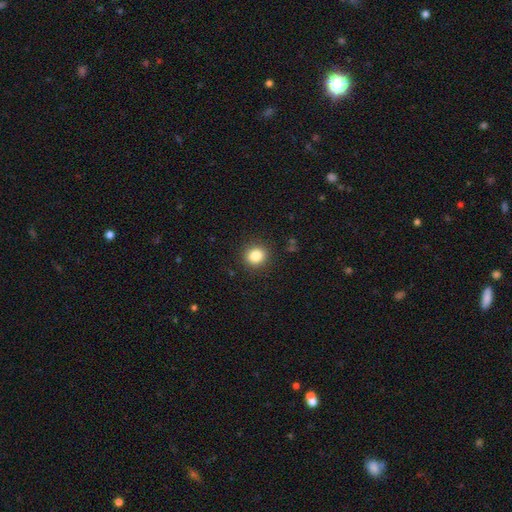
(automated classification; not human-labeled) Q: Smooth or featured?
A: smooth (84%); runner-up: star or artifact (10%)
Q: How rounded?
A: round (83%); runner-up: in between (16%)
Q: Merging?
A: none (90%); runner-up: minor disturbance (7%)